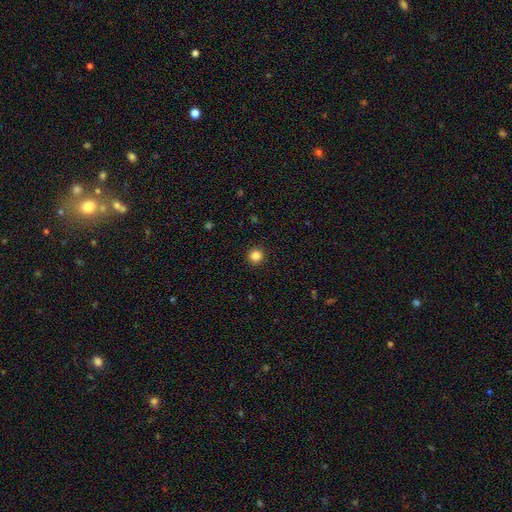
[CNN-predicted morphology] smooth_or_featured: smooth (p=0.86) [alt: star or artifact p=0.11]
how_rounded: round (p=0.95) [alt: in between p=0.04]
merging: none (p=0.93) [alt: minor disturbance p=0.05]